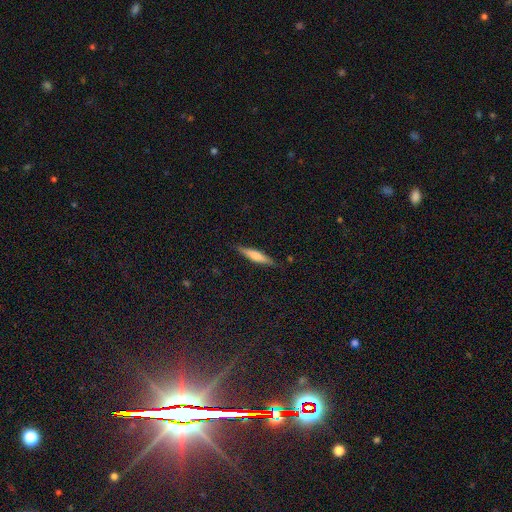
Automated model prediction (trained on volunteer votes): The model was most divided on "smooth or featured": smooth: 59%, featured or disk: 35%, star or artifact: 7%. More confident: merging — none (87%); how rounded — cigar-shaped (85%).